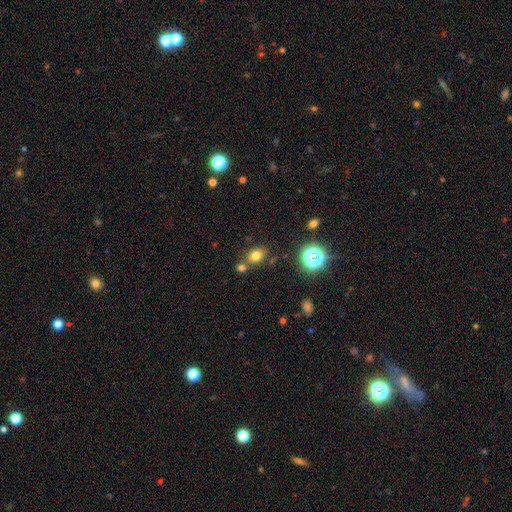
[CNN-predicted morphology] A smooth galaxy with no disk features (74%) that is in between round and cigar-shaped (57%). Merging: none (68%).